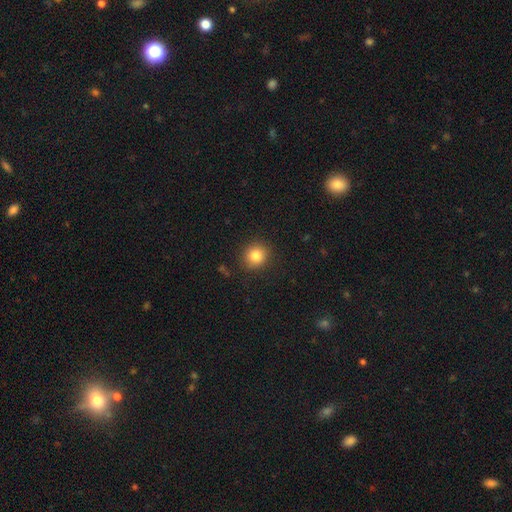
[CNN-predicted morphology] This appears to be a smooth galaxy with no disk features (83%) that is round (88%). Merging: none (89%).